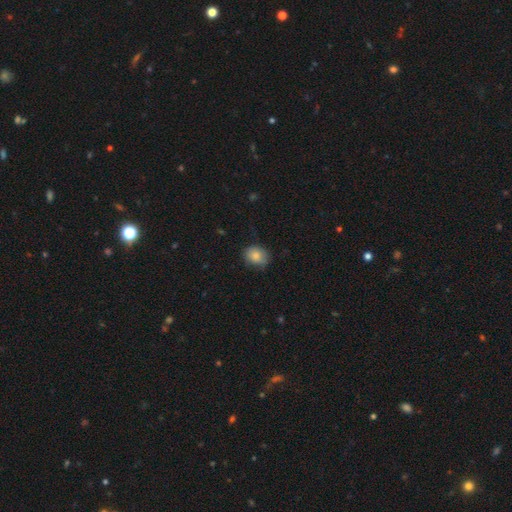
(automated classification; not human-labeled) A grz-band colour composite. It shows a smooth galaxy with no disk features (84%) that is round (50%). Merging: none (74%).